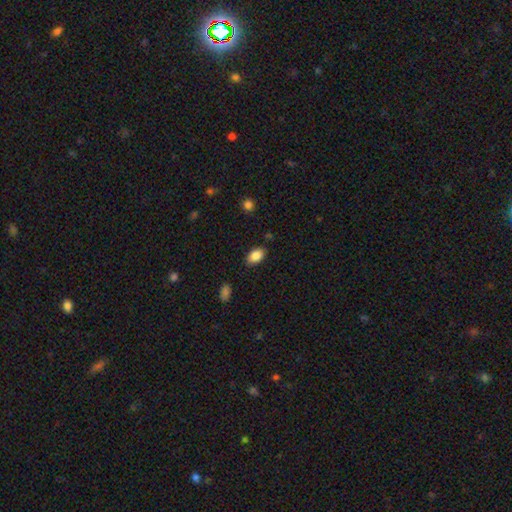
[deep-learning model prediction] Q: Smooth or featured?
A: smooth (86%); runner-up: star or artifact (8%)
Q: How rounded?
A: in between (91%); runner-up: round (8%)
Q: Merging?
A: none (85%); runner-up: minor disturbance (11%)